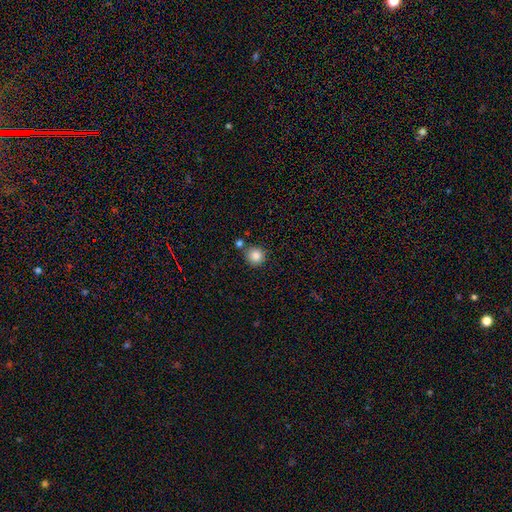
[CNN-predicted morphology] This appears to be a smooth galaxy with no disk features (86%) that is round (93%). Merging: none (77%).